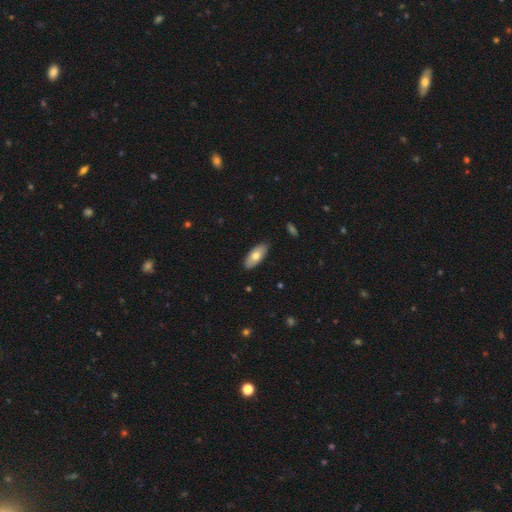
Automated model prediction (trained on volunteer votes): Smooth or featured? smooth (70%)
How rounded? in between (86%)
Merging? none (88%)